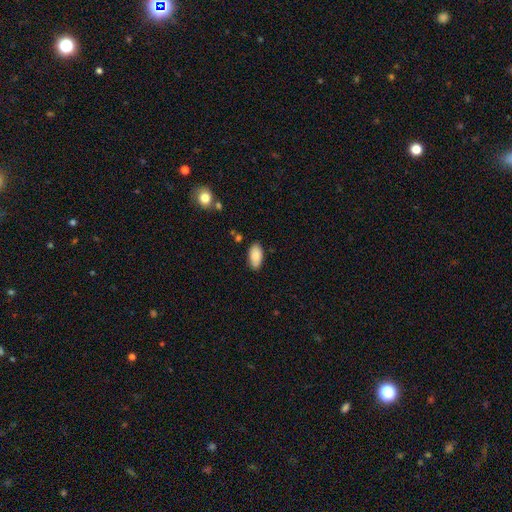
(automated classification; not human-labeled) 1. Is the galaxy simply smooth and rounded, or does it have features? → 87% smooth, 6% star or artifact, 6% featured or disk.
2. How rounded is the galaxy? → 94% in between, 4% cigar-shaped, 2% round.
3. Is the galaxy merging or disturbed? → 83% none, 13% minor disturbance, 2% major disturbance, 2% merger.